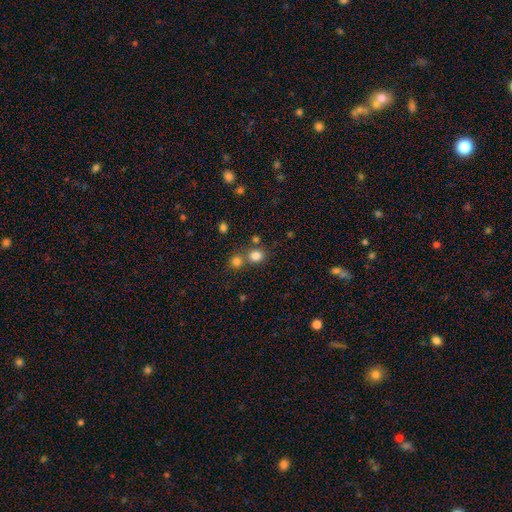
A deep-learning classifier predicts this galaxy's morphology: smooth-or-featured: smooth: 80% | star or artifact: 15% | featured or disk: 6%
  how-rounded: round: 80% | in between: 19% | cigar-shaped: 1%
  merging: none: 60% | merger: 30% | minor disturbance: 7% | major disturbance: 3%